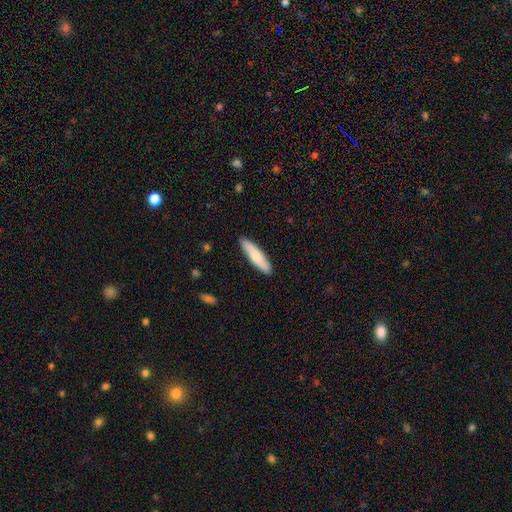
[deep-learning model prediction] This appears to be a smooth galaxy with no disk features (71%) that is cigar-shaped (73%). Merging: none (89%).